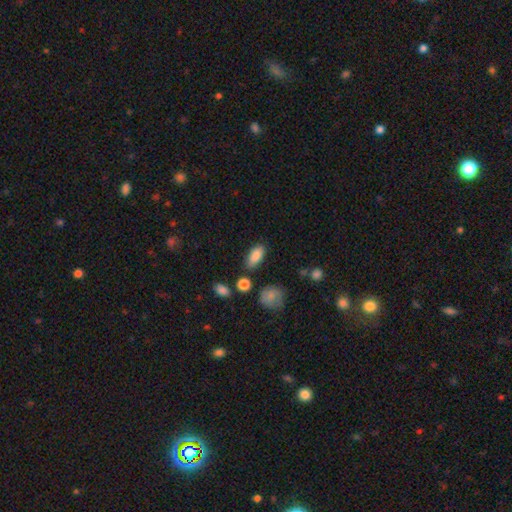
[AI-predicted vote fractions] The model was most divided on "merging": none: 80%, minor disturbance: 13%, merger: 4%, major disturbance: 3%. More confident: how rounded — in between (88%); smooth or featured — smooth (85%).